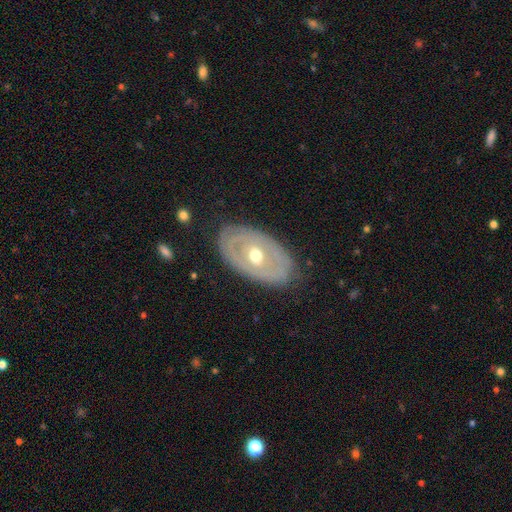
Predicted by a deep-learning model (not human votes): Morphology: type=featured or disk (69%); edge-on=no (91%); bar=no (83%); spiral arms=no (67%); bulge=moderate (74%); merging=none (80%).